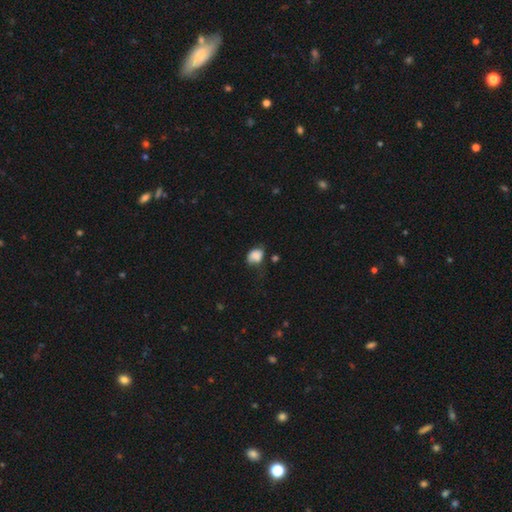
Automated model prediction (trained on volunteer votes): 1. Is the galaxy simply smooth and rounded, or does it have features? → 82% smooth, 9% star or artifact, 9% featured or disk.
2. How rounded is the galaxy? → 66% in between, 32% round, 1% cigar-shaped.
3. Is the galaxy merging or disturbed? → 43% none, 36% minor disturbance, 17% major disturbance, 4% merger.